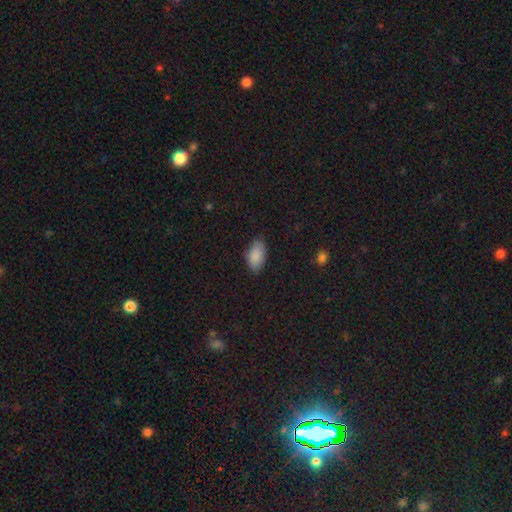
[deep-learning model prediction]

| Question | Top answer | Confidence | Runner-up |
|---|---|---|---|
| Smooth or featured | smooth | 89% | star or artifact (7%) |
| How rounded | in between | 94% | cigar-shaped (3%) |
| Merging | none | 82% | minor disturbance (14%) |